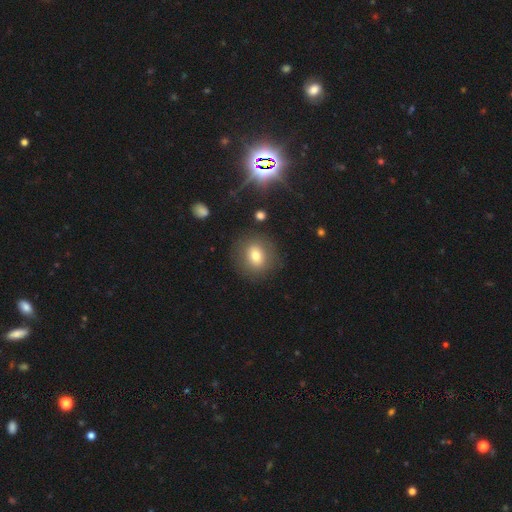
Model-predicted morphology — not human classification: This appears to be a smooth galaxy with no disk features (71%) that is round (69%). Merging: none (84%).